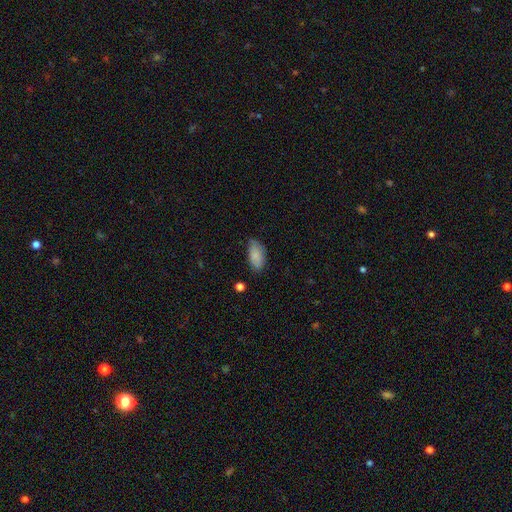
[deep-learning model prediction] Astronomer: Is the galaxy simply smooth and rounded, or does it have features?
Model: smooth — 85%.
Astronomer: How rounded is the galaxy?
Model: in between — 93%.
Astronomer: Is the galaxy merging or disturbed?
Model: none — 66%.